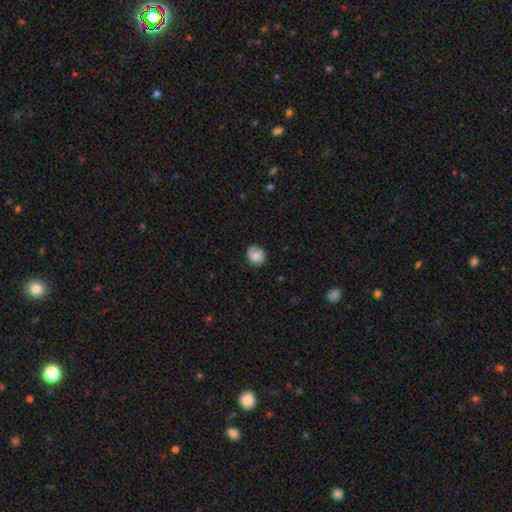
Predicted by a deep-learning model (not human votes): Smooth or featured? smooth (74%)
How rounded? round (56%)
Merging? none (74%)